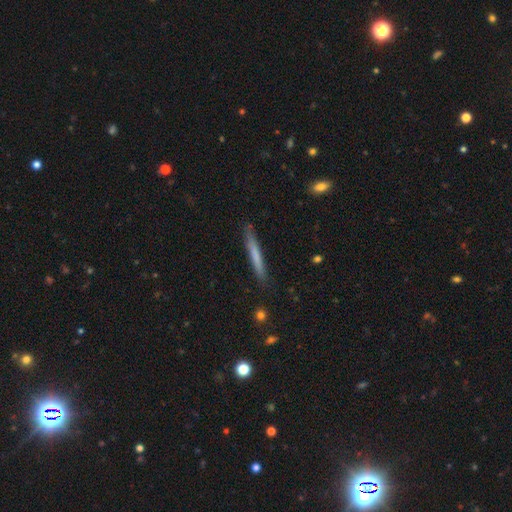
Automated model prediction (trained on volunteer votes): smooth-or-featured: smooth: 65% | featured or disk: 29% | star or artifact: 6%
  how-rounded: cigar-shaped: 96% | in between: 2% | round: 1%
  merging: none: 86% | minor disturbance: 11% | major disturbance: 2% | merger: 1%